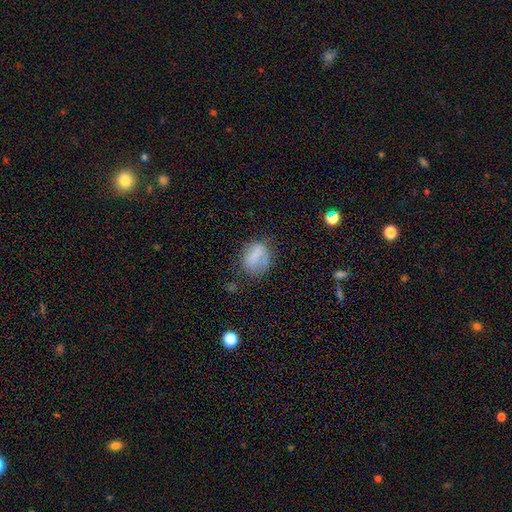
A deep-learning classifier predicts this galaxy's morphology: Smooth or featured?
  - smooth: 71% *
  - featured or disk: 19%
  - star or artifact: 10%
How rounded?
  - in between: 55% *
  - round: 41%
  - cigar-shaped: 3%
Merging?
  - none: 58% *
  - minor disturbance: 24%
  - major disturbance: 14%
  - merger: 5%